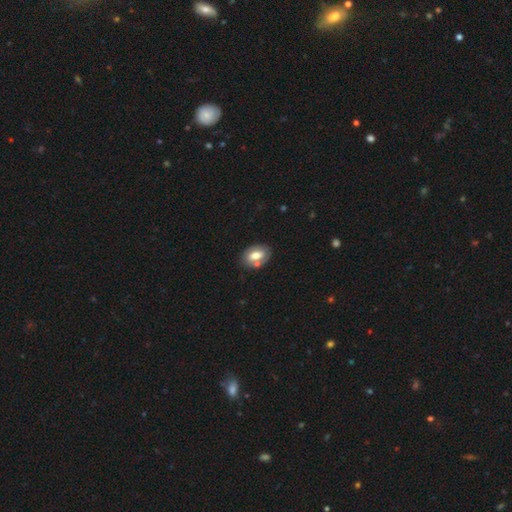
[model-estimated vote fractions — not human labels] This is likely a smooth galaxy (64%). How rounded: clearly in between (88%). Merging: likely none (67%).